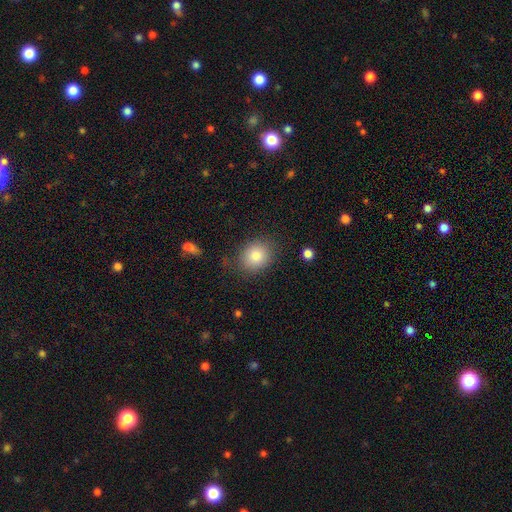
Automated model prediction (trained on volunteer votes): Smooth or featured? smooth (83%)
How rounded? round (63%)
Merging? none (79%)